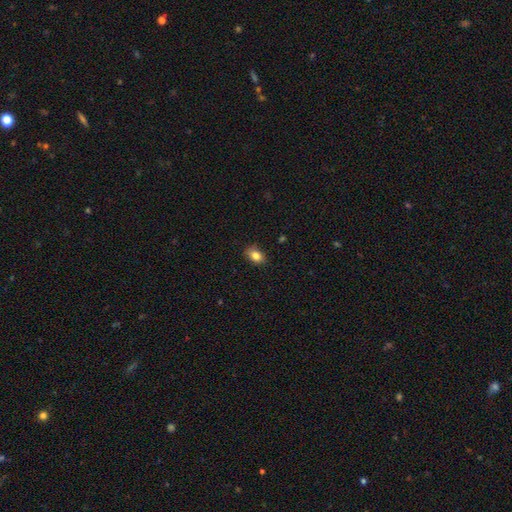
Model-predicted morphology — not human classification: type=smooth (84%); roundness=in between (77%); merging=none (81%).